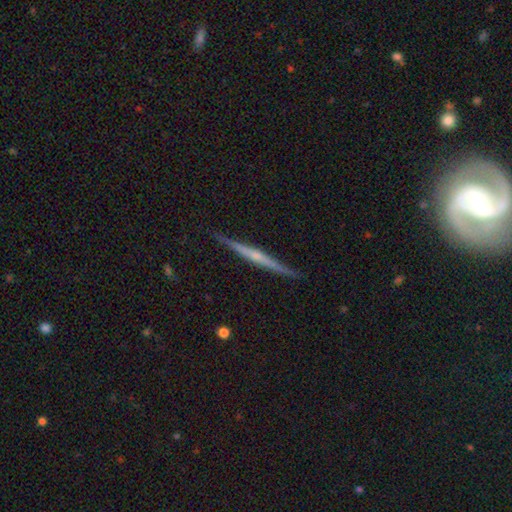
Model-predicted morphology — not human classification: Overall: featured or disk (73%). Edge-on disk: yes (98%). Edge-on bulge: rounded (52%; none 40%). Merging: none (90%).